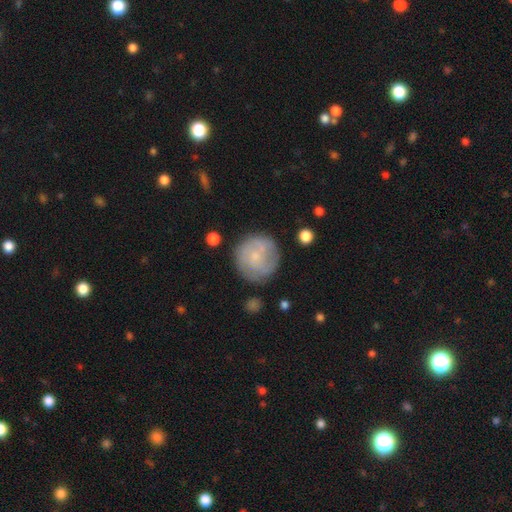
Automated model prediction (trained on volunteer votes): Smooth or featured?
  - featured or disk: 49% *
  - smooth: 44%
  - star or artifact: 7%
Merging?
  - none: 77% *
  - minor disturbance: 15%
  - major disturbance: 5%
  - merger: 3%